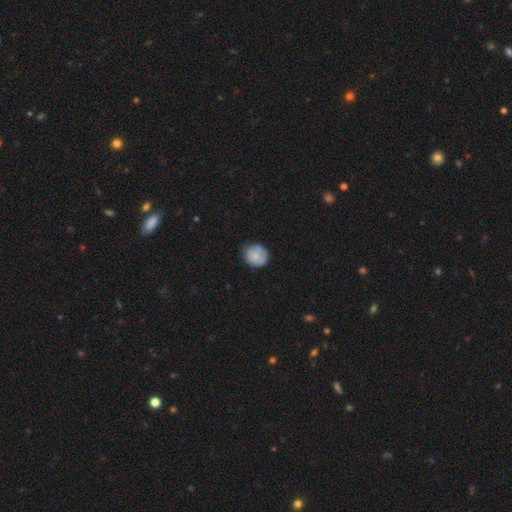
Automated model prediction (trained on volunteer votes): Q: Smooth or featured?
A: smooth (77%); runner-up: featured or disk (15%)
Q: How rounded?
A: round (77%); runner-up: in between (22%)
Q: Merging?
A: none (73%); runner-up: minor disturbance (22%)